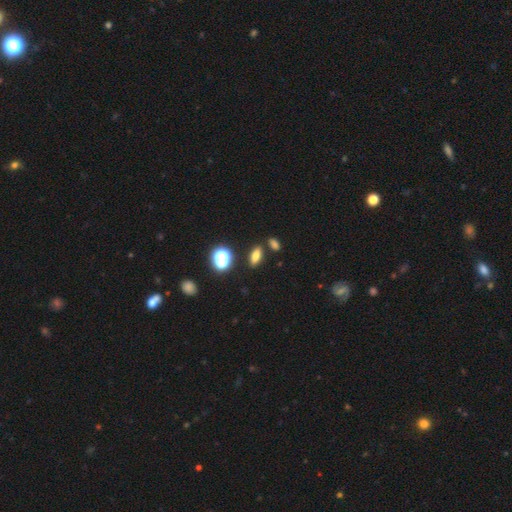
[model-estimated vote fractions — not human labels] Smooth or featured? smooth (72%)
How rounded? in between (68%)
Merging? none (83%)